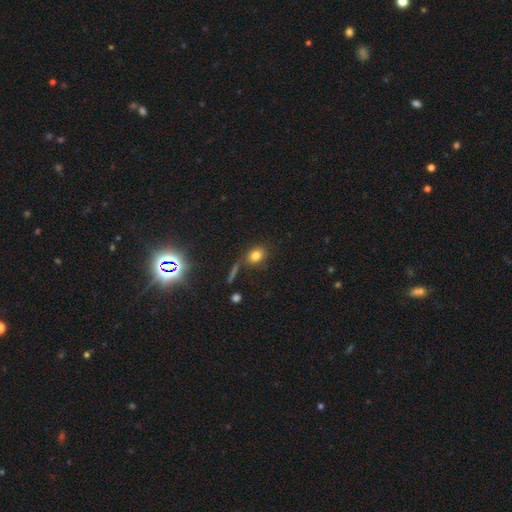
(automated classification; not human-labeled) smooth_or_featured: smooth (p=0.78) [alt: star or artifact p=0.13]
how_rounded: in between (p=0.55) [alt: round p=0.43]
merging: none (p=0.74) [alt: minor disturbance p=0.13]